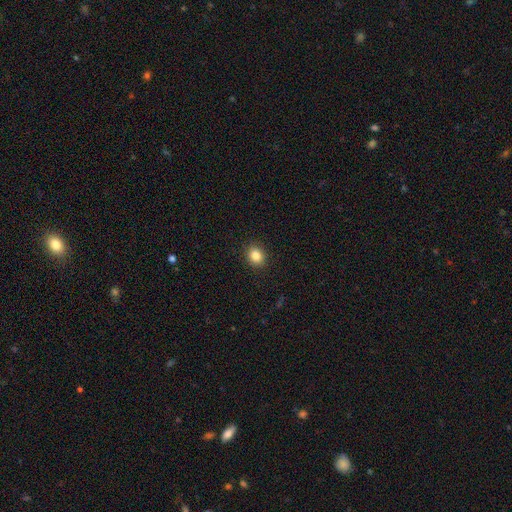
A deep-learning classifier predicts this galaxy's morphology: This appears to be a smooth galaxy with no disk features (85%) that is round (65%). Merging: none (91%).